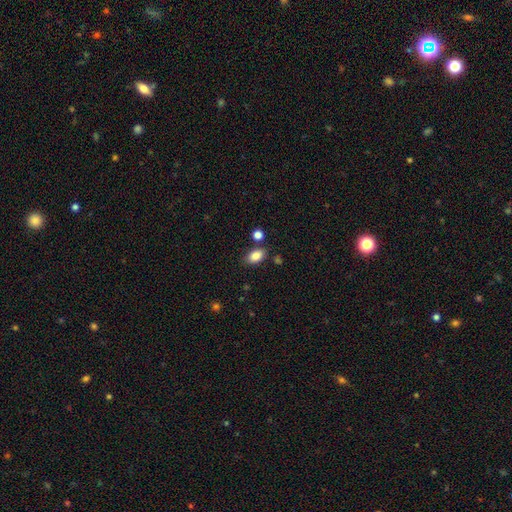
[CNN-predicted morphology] type=smooth (86%); roundness=in between (89%); merging=none (78%).